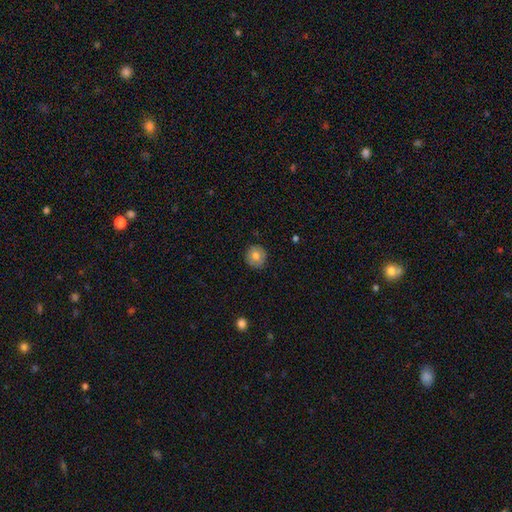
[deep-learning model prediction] smooth_or_featured: smooth (p=0.78) [alt: featured or disk p=0.13]
how_rounded: round (p=0.90) [alt: in between p=0.09]
merging: none (p=0.88) [alt: minor disturbance p=0.09]